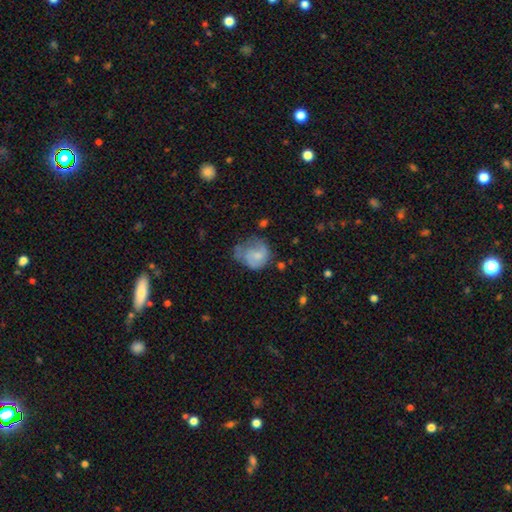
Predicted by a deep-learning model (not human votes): Smooth or featured?
  - smooth: 54% *
  - featured or disk: 38%
  - star or artifact: 8%
How rounded?
  - round: 68% *
  - in between: 31%
  - cigar-shaped: 1%
Merging?
  - minor disturbance: 34% *
  - none: 33%
  - major disturbance: 27%
  - merger: 6%